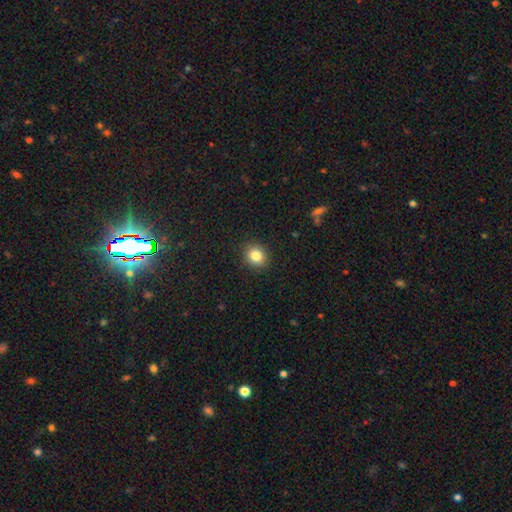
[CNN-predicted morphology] Q: Smooth or featured?
A: smooth (84%); runner-up: star or artifact (10%)
Q: How rounded?
A: round (72%); runner-up: in between (27%)
Q: Merging?
A: none (90%); runner-up: minor disturbance (7%)